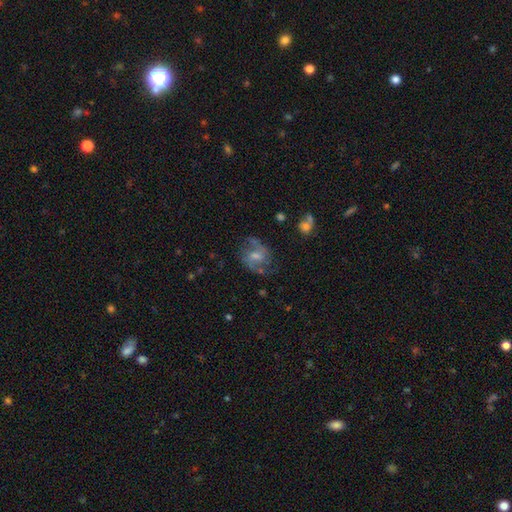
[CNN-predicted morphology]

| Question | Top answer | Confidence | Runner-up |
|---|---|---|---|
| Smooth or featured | featured or disk | 77% | smooth (16%) |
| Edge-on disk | no | 98% | yes (2%) |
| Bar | weak | 56% | no (28%) |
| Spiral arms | yes | 93% | no (7%) |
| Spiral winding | medium | 51% | loose (35%) |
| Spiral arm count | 2 | 88% | can't tell (5%) |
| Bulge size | moderate | 45% | small (37%) |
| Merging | none | 68% | minor disturbance (19%) |